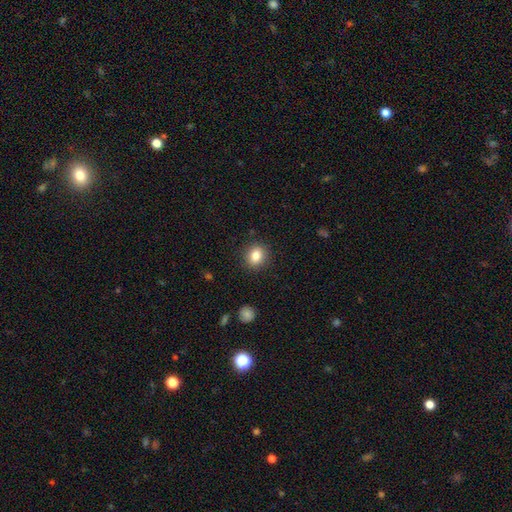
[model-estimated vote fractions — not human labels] smooth-or-featured: smooth: 83% | star or artifact: 10% | featured or disk: 7%
  how-rounded: round: 69% | in between: 30% | cigar-shaped: 1%
  merging: none: 89% | minor disturbance: 7% | major disturbance: 2% | merger: 1%